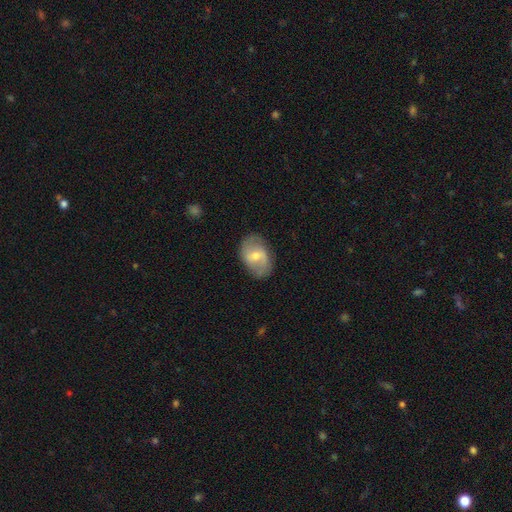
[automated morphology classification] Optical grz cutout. It shows a featured or disk galaxy (60%) with a weak bar (55%), spiral arms (76%) and a moderate central bulge (54%). Merging: none (79%).